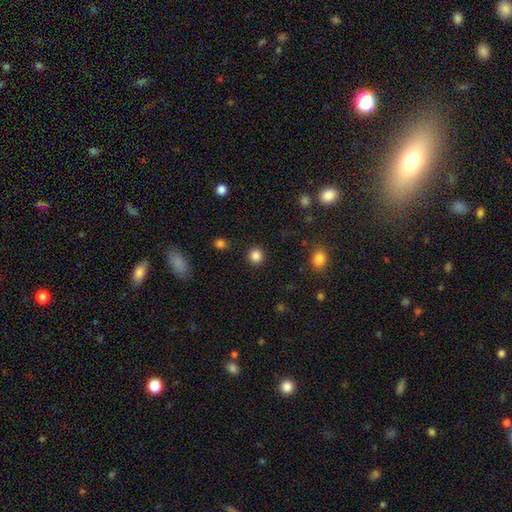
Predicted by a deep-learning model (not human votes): Morphology: type=smooth (85%); roundness=round (93%); merging=none (91%).